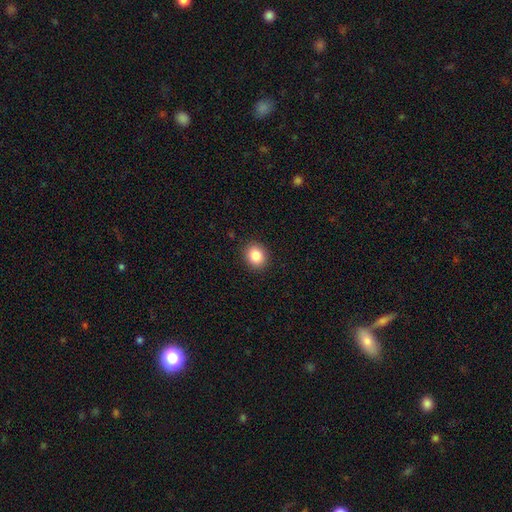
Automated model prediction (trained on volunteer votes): Morphology: type=smooth (86%); roundness=round (63%); merging=none (90%).